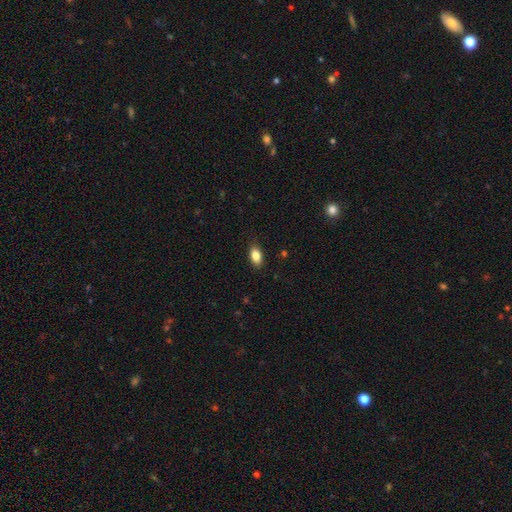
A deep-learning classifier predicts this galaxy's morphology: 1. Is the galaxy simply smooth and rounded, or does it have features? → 85% smooth, 8% star or artifact, 7% featured or disk.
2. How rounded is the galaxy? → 90% in between, 6% round, 4% cigar-shaped.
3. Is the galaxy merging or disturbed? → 88% none, 9% minor disturbance, 2% major disturbance, 1% merger.